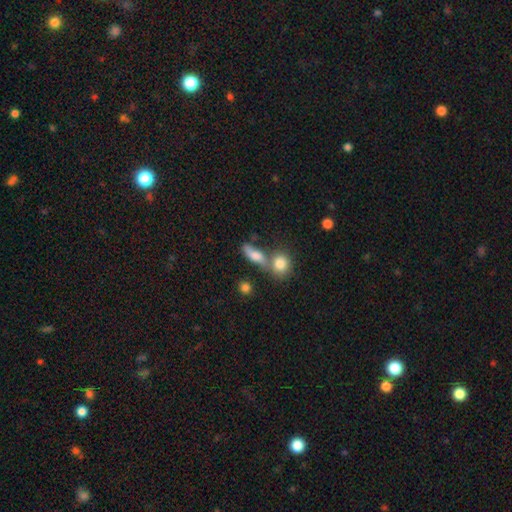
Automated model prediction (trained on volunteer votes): Morphology: type=smooth (72%); roundness=in between (57%); merging=none (45%).